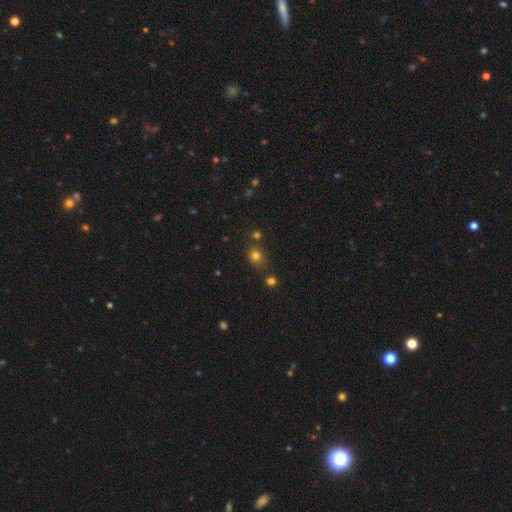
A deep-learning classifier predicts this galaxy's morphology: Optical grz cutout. It shows a smooth galaxy with no disk features (75%) that is round (68%). Merging: none (73%).